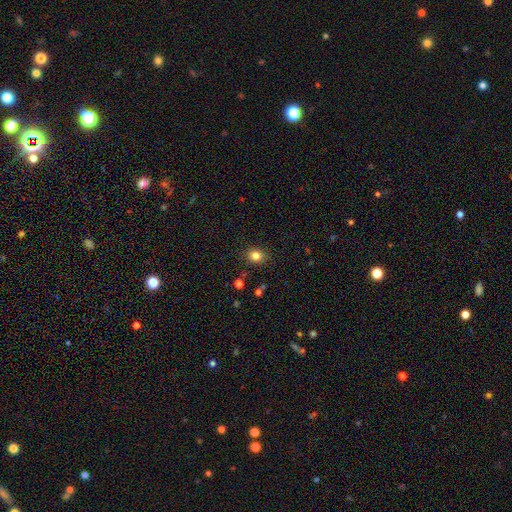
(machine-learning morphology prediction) smooth_or_featured: smooth (p=0.81) [alt: star or artifact p=0.13]
how_rounded: round (p=0.66) [alt: in between p=0.33]
merging: none (p=0.88) [alt: minor disturbance p=0.08]